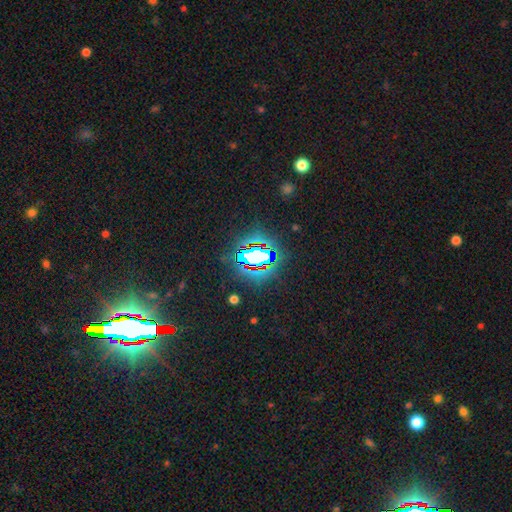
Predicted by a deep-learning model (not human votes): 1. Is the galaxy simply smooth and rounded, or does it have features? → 68% star or artifact, 20% smooth, 12% featured or disk.